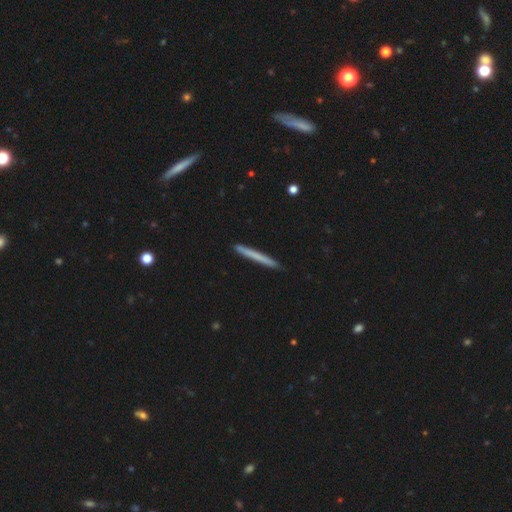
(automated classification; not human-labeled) Smooth or featured?
  - smooth: 66% *
  - featured or disk: 29%
  - star or artifact: 6%
How rounded?
  - cigar-shaped: 97% *
  - in between: 1%
  - round: 1%
Merging?
  - none: 91% *
  - minor disturbance: 6%
  - merger: 1%
  - major disturbance: 1%